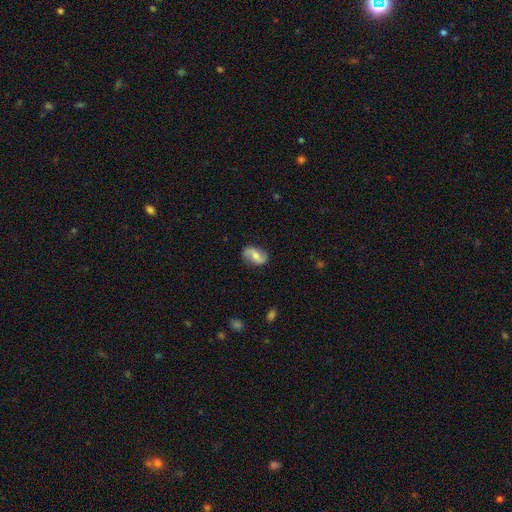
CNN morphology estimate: Smooth or featured? Predicted: featured or disk (p=0.71). Edge-on disk? Predicted: no (p=0.97). Bar? Predicted: weak (p=0.43). Spiral arms? Predicted: yes (p=0.94). Spiral winding? Predicted: loose (p=0.59). Spiral arm count? Predicted: 2 (p=0.91). Bulge size? Predicted: moderate (p=0.54). Merging? Predicted: none (p=0.81).